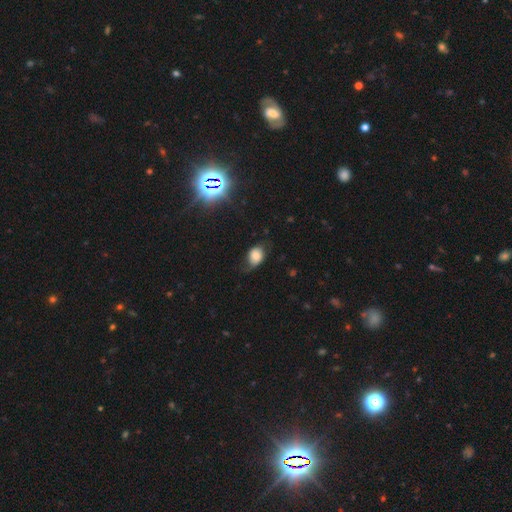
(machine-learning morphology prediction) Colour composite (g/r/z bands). It shows a smooth galaxy with no disk features (65%) that is in between round and cigar-shaped (64%). Merging: none (49%).